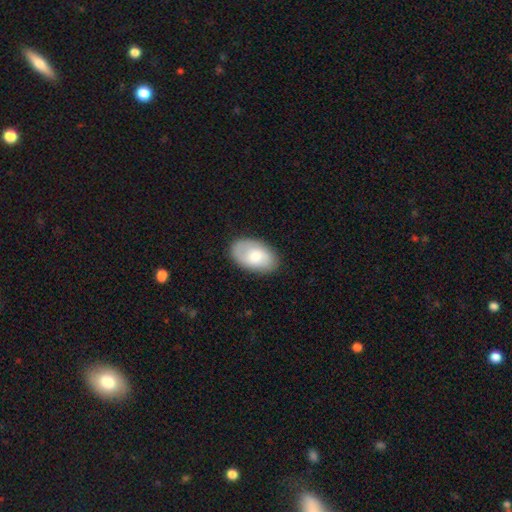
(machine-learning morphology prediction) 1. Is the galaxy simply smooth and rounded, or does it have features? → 65% smooth, 28% featured or disk, 6% star or artifact.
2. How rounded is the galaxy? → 92% in between, 7% round, 1% cigar-shaped.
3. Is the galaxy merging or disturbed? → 82% none, 13% minor disturbance, 3% major disturbance, 1% merger.